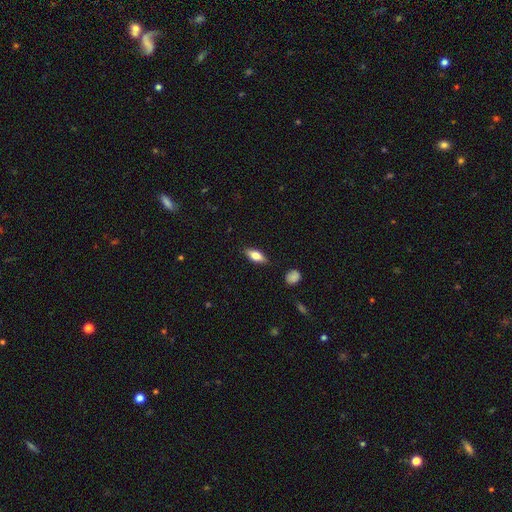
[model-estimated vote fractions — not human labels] smooth-or-featured: smooth: 62% | featured or disk: 31% | star or artifact: 7%
  how-rounded: in between: 70% | cigar-shaped: 26% | round: 4%
  merging: none: 85% | minor disturbance: 11% | major disturbance: 3% | merger: 1%